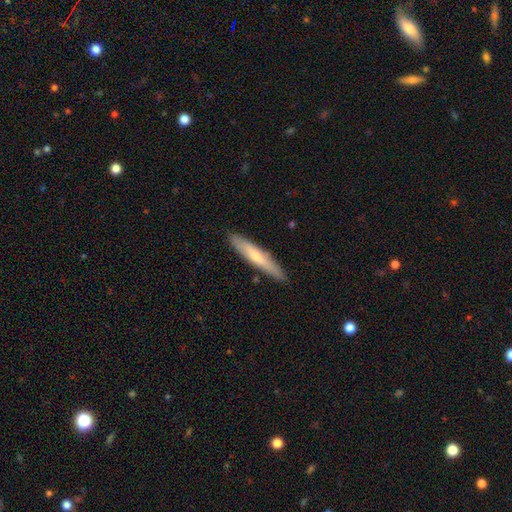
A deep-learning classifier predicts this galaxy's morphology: A smooth galaxy with no disk features (56%) that is cigar-shaped (90%).

Vote fractions:
- Smooth or featured? smooth: 56% / featured or disk: 39% / star or artifact: 6%
- How rounded? cigar-shaped: 90% / in between: 9% / round: 1%
- Merging? none: 87% / minor disturbance: 10% / major disturbance: 2% / merger: 1%